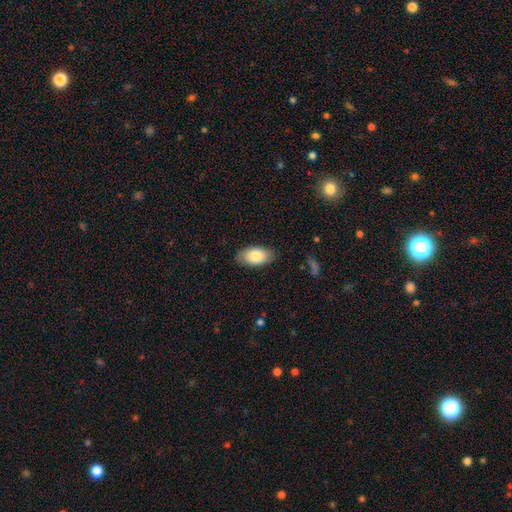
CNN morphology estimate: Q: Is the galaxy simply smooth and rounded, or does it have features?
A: smooth — 81%.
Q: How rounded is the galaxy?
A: in between — 94%.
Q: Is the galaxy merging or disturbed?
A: none — 83%.